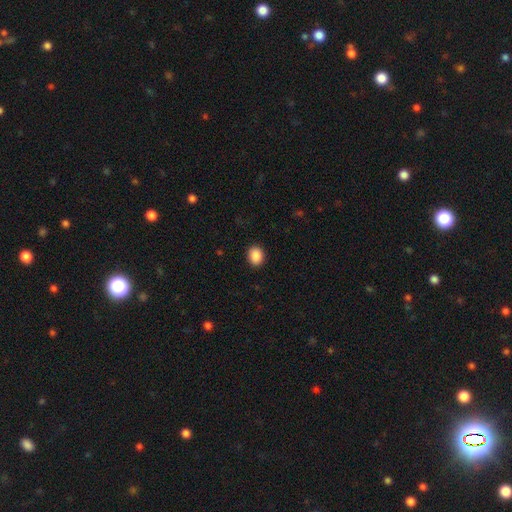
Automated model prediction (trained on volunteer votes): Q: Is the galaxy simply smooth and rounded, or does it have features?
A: smooth — 90%.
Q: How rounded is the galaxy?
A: in between — 53%.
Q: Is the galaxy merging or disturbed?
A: none — 90%.